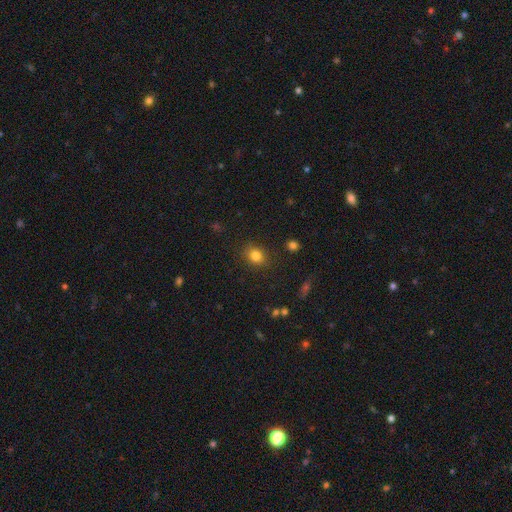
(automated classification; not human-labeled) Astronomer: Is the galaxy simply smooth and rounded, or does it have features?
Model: smooth — 82%.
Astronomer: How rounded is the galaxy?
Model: round — 61% (runner-up: in between, 38%).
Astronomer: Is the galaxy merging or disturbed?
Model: none — 85%.